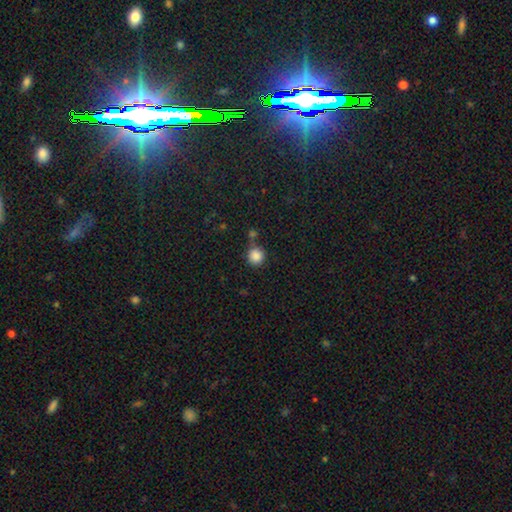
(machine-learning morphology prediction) A smooth galaxy with no disk features (86%) that is round (93%). Merging: none (70%).